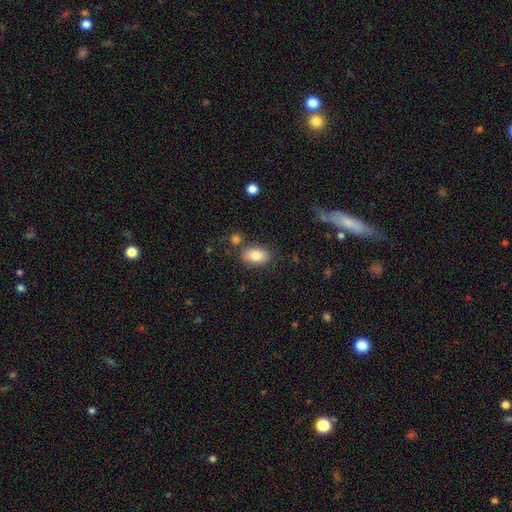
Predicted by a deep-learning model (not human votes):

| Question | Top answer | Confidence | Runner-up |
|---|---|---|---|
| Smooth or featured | smooth | 83% | featured or disk (10%) |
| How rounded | in between | 89% | round (9%) |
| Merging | none | 77% | minor disturbance (12%) |